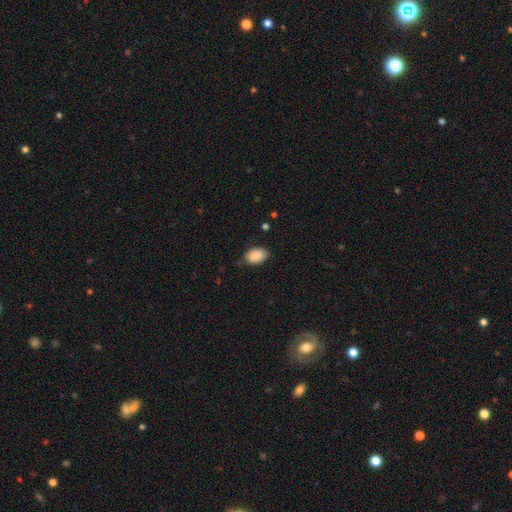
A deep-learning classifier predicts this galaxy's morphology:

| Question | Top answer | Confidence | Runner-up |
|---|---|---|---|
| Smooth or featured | smooth | 89% | star or artifact (7%) |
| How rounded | in between | 91% | round (8%) |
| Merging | none | 77% | minor disturbance (18%) |